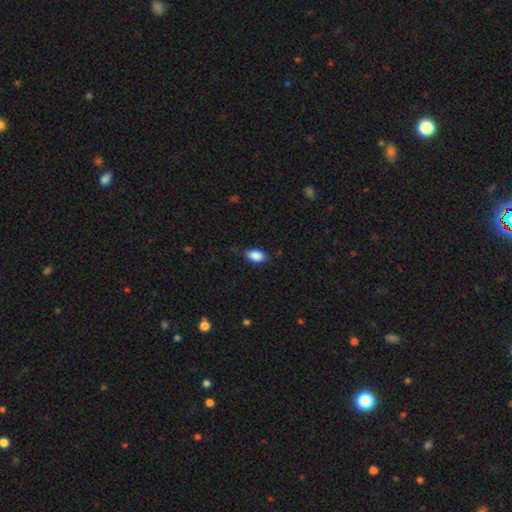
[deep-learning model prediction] Smooth or featured? smooth (88%)
How rounded? in between (91%)
Merging? none (80%)